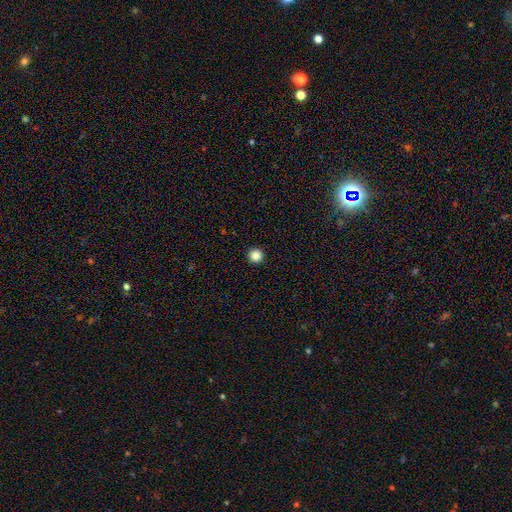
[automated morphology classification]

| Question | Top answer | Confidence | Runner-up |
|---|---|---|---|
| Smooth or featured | smooth | 87% | star or artifact (11%) |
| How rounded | round | 97% | in between (2%) |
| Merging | none | 94% | minor disturbance (4%) |